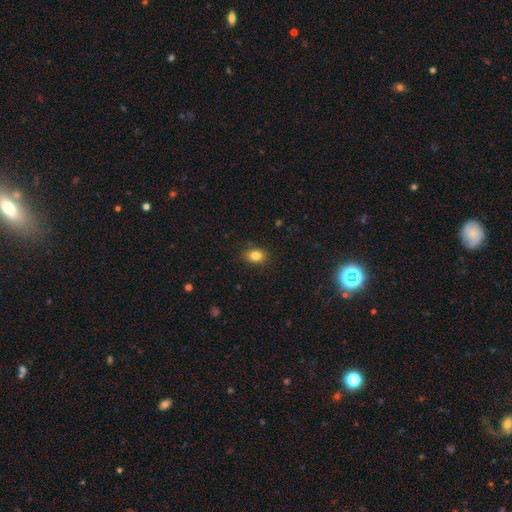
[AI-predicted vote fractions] Morphology: type=smooth (83%); roundness=in between (72%); merging=none (87%).